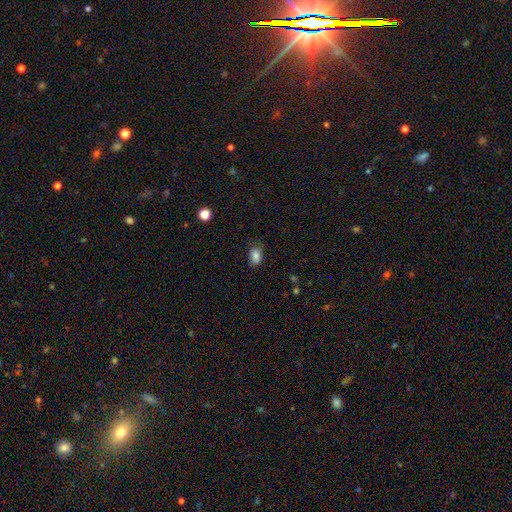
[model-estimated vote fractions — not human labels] smooth 85%, star or artifact 10%, featured or disk 6%. Down the decision tree: how rounded — in between (80%); merging — none (74%).